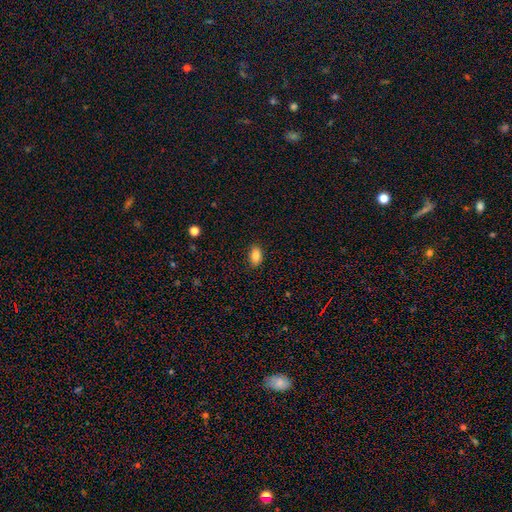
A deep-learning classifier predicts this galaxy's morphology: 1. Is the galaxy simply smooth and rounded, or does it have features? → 84% smooth, 9% star or artifact, 7% featured or disk.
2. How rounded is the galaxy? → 88% in between, 10% round, 2% cigar-shaped.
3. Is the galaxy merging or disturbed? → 87% none, 9% minor disturbance, 2% major disturbance, 1% merger.